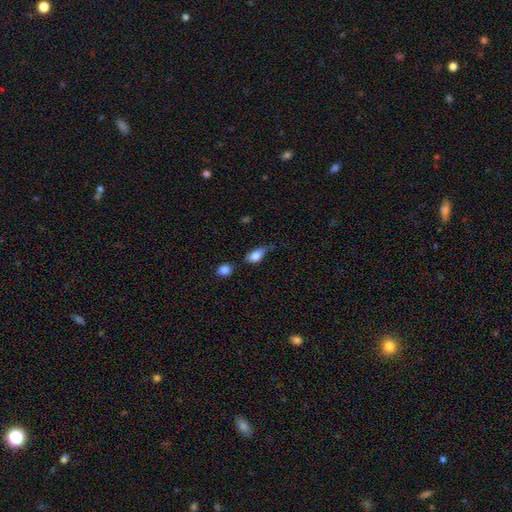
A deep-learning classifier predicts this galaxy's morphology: This appears to be a smooth galaxy with no disk features (81%) that is in between round and cigar-shaped (87%). Merging: none (41%).